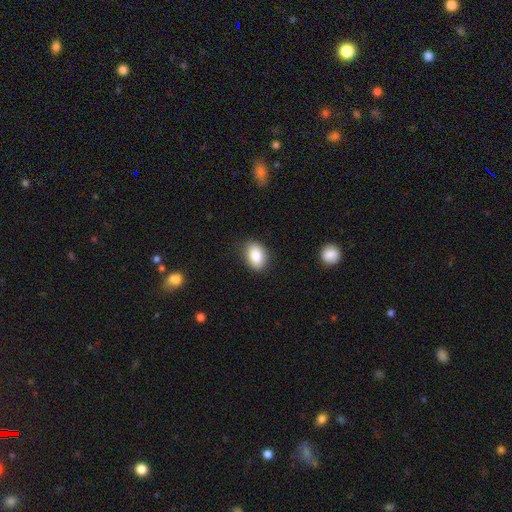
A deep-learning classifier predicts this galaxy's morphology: Smooth or featured?
  - smooth: 85% *
  - star or artifact: 8%
  - featured or disk: 7%
How rounded?
  - in between: 81% *
  - round: 18%
  - cigar-shaped: 1%
Merging?
  - none: 84% *
  - minor disturbance: 12%
  - major disturbance: 3%
  - merger: 1%